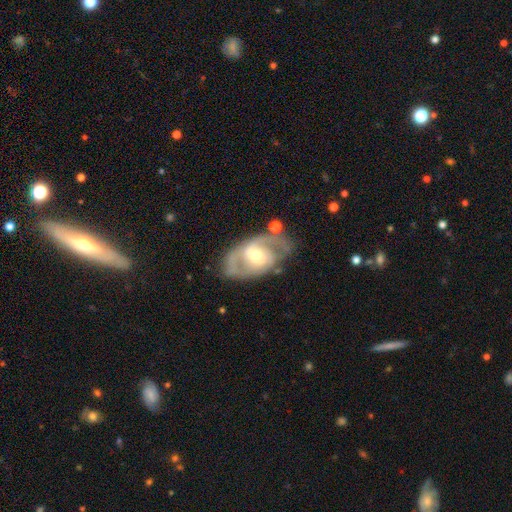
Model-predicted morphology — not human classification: Smooth or featured? Predicted: featured or disk (p=0.81). Edge-on disk? Predicted: no (p=0.94). Bar? Predicted: weak (p=0.46). Spiral arms? Predicted: yes (p=0.85). Spiral winding? Predicted: medium (p=0.50). Spiral arm count? Predicted: 2 (p=0.76). Bulge size? Predicted: moderate (p=0.57). Merging? Predicted: none (p=0.67).